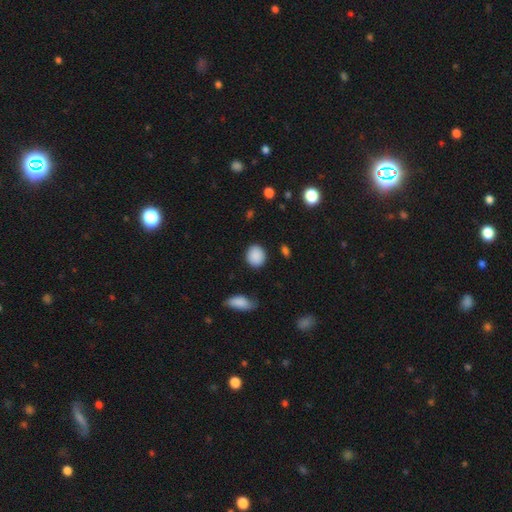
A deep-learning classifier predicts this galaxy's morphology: A smooth galaxy with no disk features (89%) that is round (76%).

Vote fractions:
- Smooth or featured? smooth: 89% / star or artifact: 8% / featured or disk: 4%
- How rounded? round: 76% / in between: 23% / cigar-shaped: 1%
- Merging? none: 86% / minor disturbance: 9% / major disturbance: 3% / merger: 2%